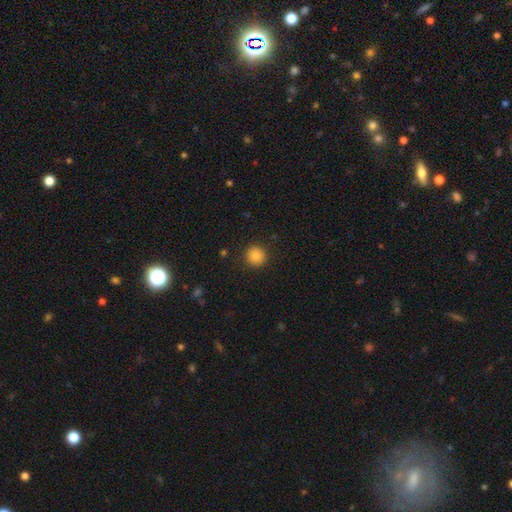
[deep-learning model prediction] A smooth galaxy with no disk features (85%) that is round (94%). Merging: none (91%).